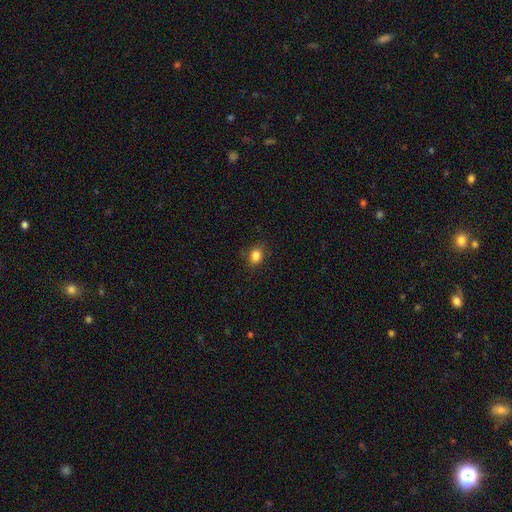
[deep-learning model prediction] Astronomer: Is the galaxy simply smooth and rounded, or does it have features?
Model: smooth — 84%.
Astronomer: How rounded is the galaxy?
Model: in between — 56% (runner-up: round, 42%).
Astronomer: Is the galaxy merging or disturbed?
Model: none — 83%.